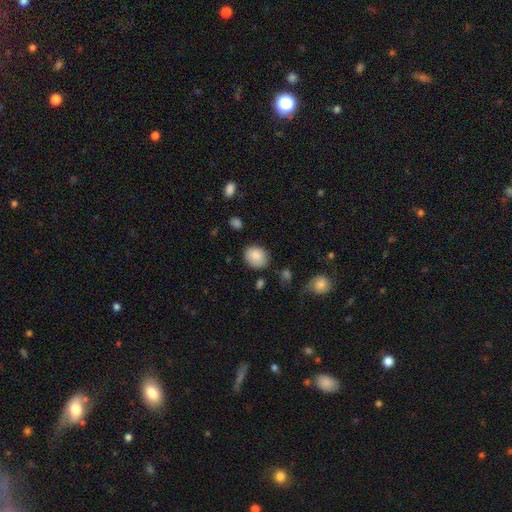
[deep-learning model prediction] This is clearly a smooth galaxy (86%). How rounded: possibly round (52%). Merging: likely none (77%).